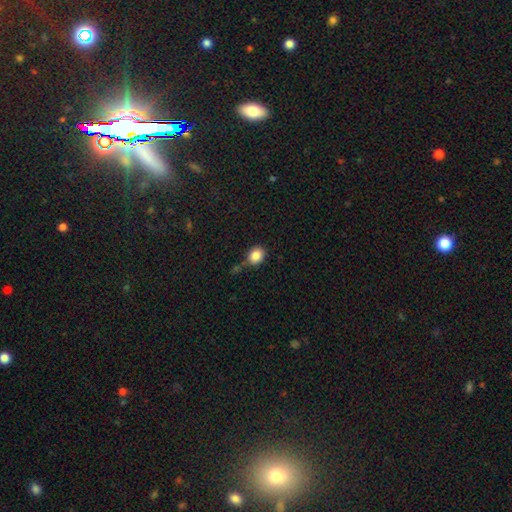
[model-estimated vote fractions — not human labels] Overall: smooth (86%). How rounded: round (58%; in between 41%). Merging: none (62%).